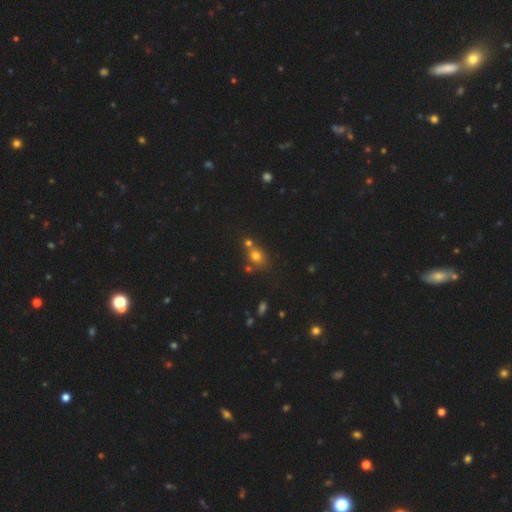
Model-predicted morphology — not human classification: Smooth or featured? smooth (70%)
How rounded? round (66%)
Merging? none (55%)